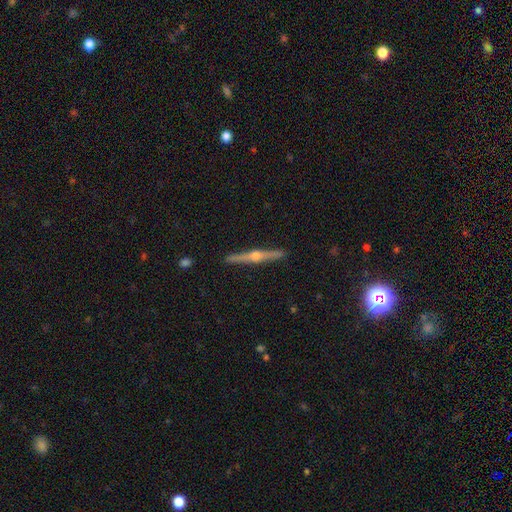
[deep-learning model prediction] Overall: featured or disk (78%). Edge-on disk: yes (98%). Edge-on bulge: rounded (91%). Merging: none (91%).